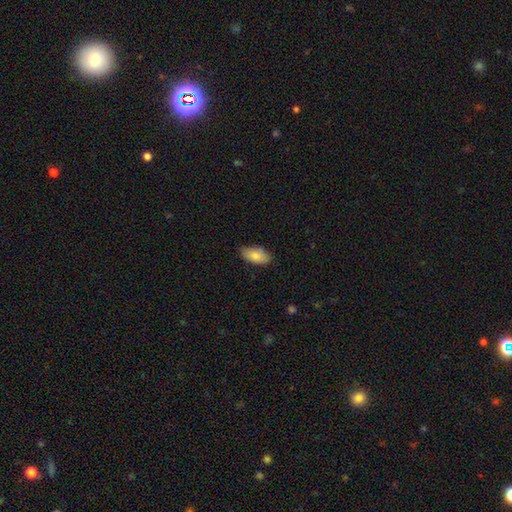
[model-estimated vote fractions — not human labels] A smooth galaxy with no disk features (85%) that is in between round and cigar-shaped (92%). Merging: none (83%).